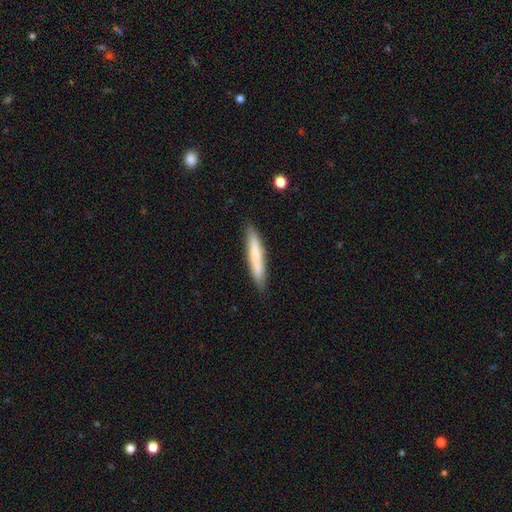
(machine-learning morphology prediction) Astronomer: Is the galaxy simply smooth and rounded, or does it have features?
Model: smooth — 71%.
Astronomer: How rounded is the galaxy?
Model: cigar-shaped — 93%.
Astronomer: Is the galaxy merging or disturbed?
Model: none — 87%.